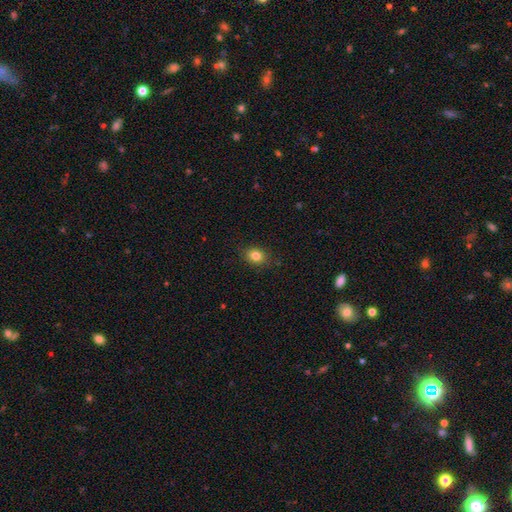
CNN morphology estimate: Smooth or featured? Predicted: smooth (p=0.82). How rounded? Predicted: in between (p=0.54). Merging? Predicted: none (p=0.86).